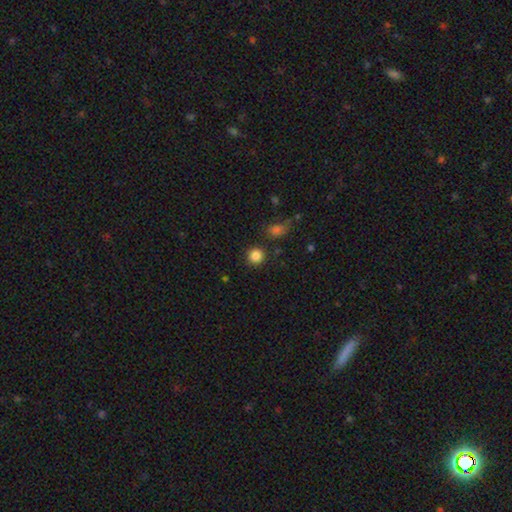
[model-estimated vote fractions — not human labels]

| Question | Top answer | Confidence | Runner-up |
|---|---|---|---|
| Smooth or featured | smooth | 85% | star or artifact (11%) |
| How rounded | round | 93% | in between (6%) |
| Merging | none | 87% | minor disturbance (7%) |